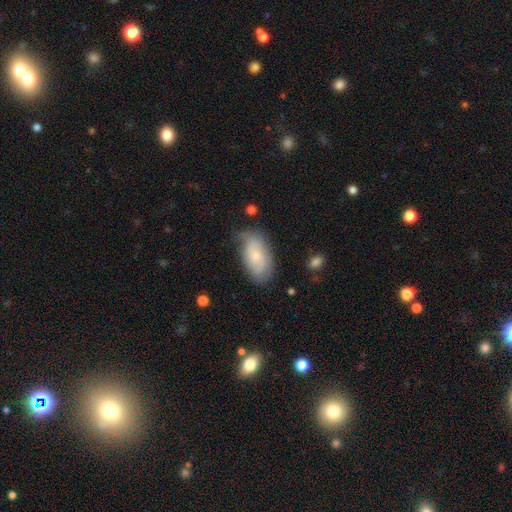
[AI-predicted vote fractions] smooth_or_featured: smooth (p=0.55) [alt: featured or disk p=0.38]
how_rounded: in between (p=0.93) [alt: round p=0.04]
merging: none (p=0.62) [alt: minor disturbance p=0.28]